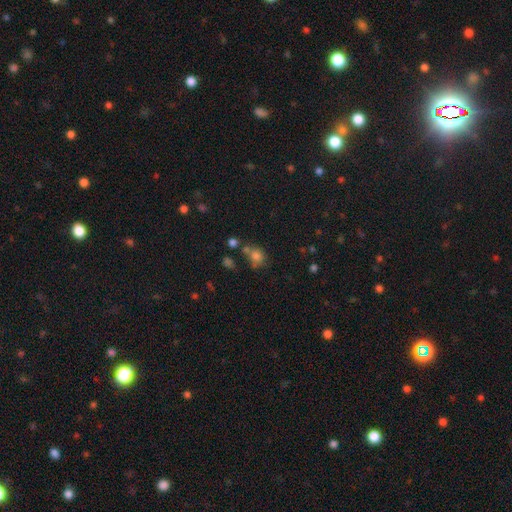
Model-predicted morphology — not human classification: Smooth or featured: smooth — 75% (star or artifact — 15%)
How rounded: round — 67% (in between — 32%)
Merging: none — 52% (merger — 23%)